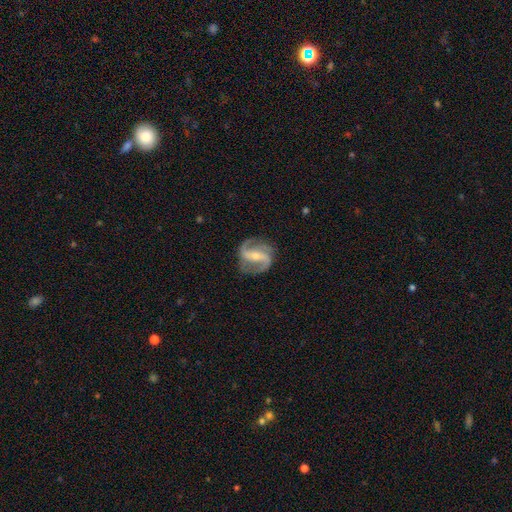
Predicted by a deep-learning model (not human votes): A featured or disk galaxy (89%) with a strong bar (49%), 2 (83%) medium (47%) spiral arms (97%) and a small central bulge (56%). Merging: none (81%).